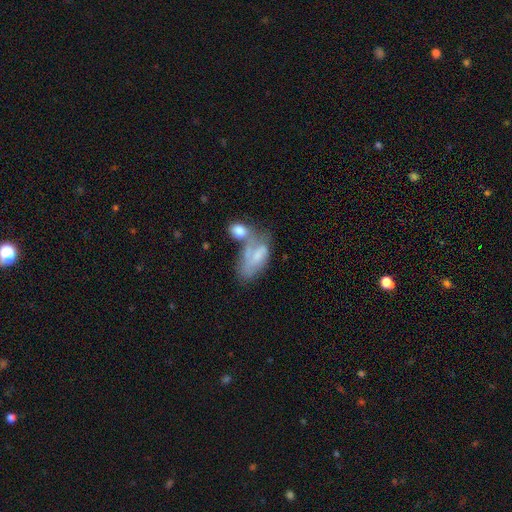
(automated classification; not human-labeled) Smooth or featured? Predicted: smooth (p=0.56). How rounded? Predicted: in between (p=0.90). Merging? Predicted: merger (p=0.50).